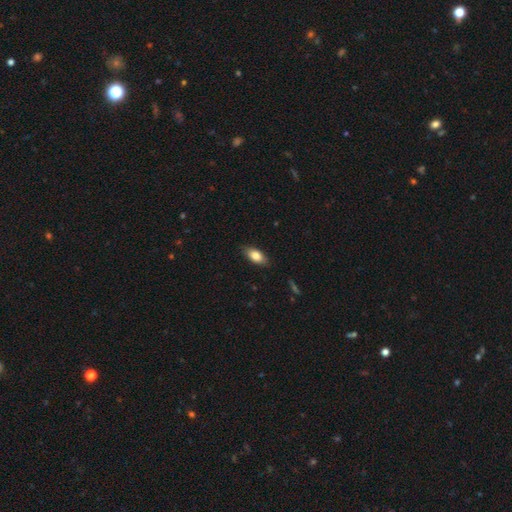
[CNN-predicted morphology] smooth-or-featured: smooth: 81% | featured or disk: 13% | star or artifact: 7%
  how-rounded: in between: 88% | cigar-shaped: 8% | round: 4%
  merging: none: 85% | minor disturbance: 12% | major disturbance: 2% | merger: 1%